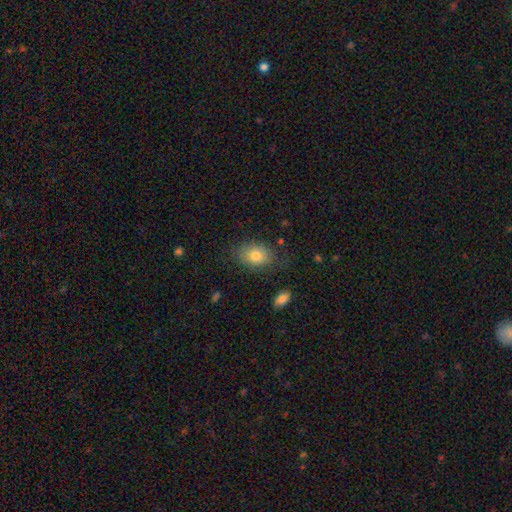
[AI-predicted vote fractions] smooth_or_featured: smooth (p=0.79) [alt: featured or disk p=0.12]
how_rounded: in between (p=0.76) [alt: round p=0.23]
merging: none (p=0.74) [alt: minor disturbance p=0.18]